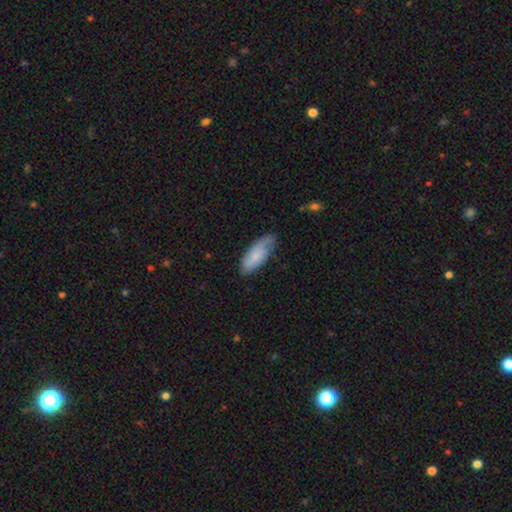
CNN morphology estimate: smooth-or-featured: smooth: 68% | featured or disk: 26% | star or artifact: 6%
  how-rounded: in between: 76% | cigar-shaped: 22% | round: 2%
  merging: none: 67% | minor disturbance: 26% | major disturbance: 5% | merger: 2%